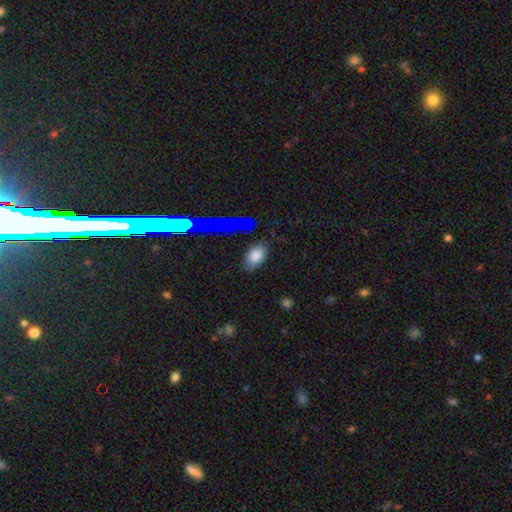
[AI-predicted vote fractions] smooth 80%, star or artifact 11%, featured or disk 9%. Down the decision tree: how rounded — in between (89%); merging — none (79%).